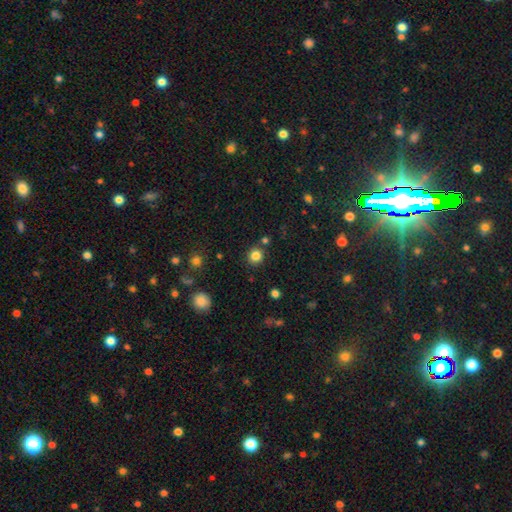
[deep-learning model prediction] smooth 83%, star or artifact 13%, featured or disk 5%. Down the decision tree: how rounded — round (89%); merging — none (85%).